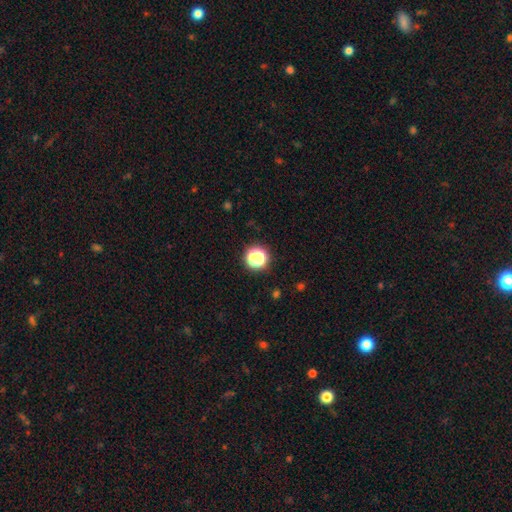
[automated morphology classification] Smooth or featured? smooth (64%)
How rounded? round (91%)
Merging? none (83%)